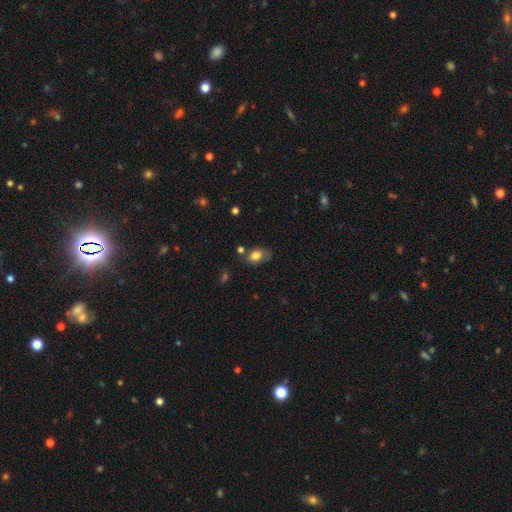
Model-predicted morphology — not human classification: A smooth galaxy with no disk features (79%) that is in between round and cigar-shaped (75%).

Vote fractions:
- Smooth or featured? smooth: 79% / featured or disk: 12% / star or artifact: 9%
- How rounded? in between: 75% / round: 24% / cigar-shaped: 1%
- Merging? none: 52% / minor disturbance: 29% / major disturbance: 11% / merger: 8%